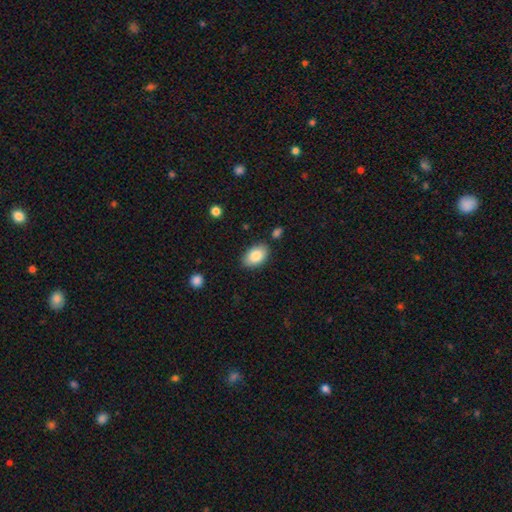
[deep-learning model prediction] The model was most divided on "merging": none: 82%, minor disturbance: 12%, merger: 3%, major disturbance: 3%. More confident: how rounded — in between (91%); smooth or featured — smooth (85%).